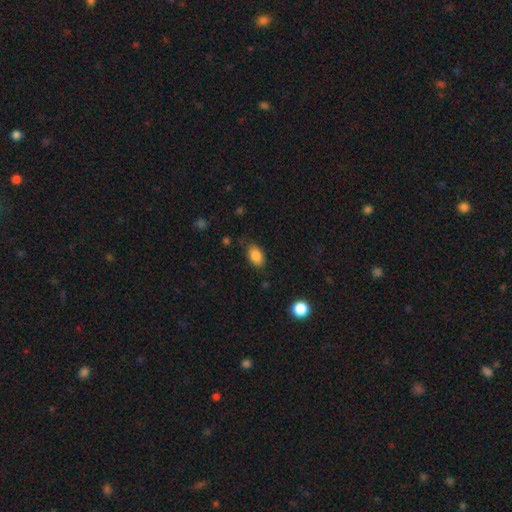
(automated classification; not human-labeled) smooth_or_featured: smooth (p=0.86) [alt: star or artifact p=0.08]
how_rounded: in between (p=0.88) [alt: round p=0.11]
merging: none (p=0.78) [alt: minor disturbance p=0.17]